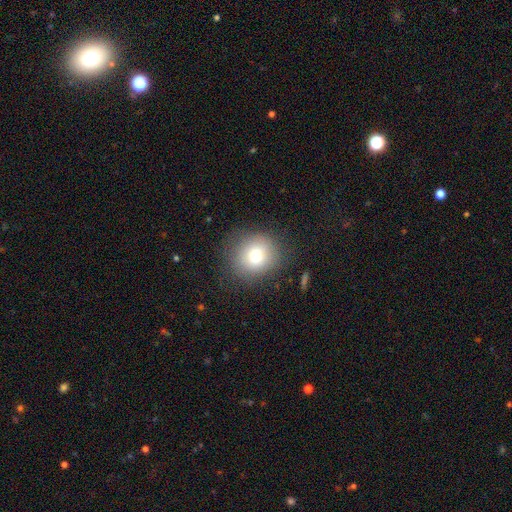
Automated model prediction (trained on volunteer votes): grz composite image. It shows a smooth galaxy with no disk features (74%) that is round (87%). Merging: none (83%).